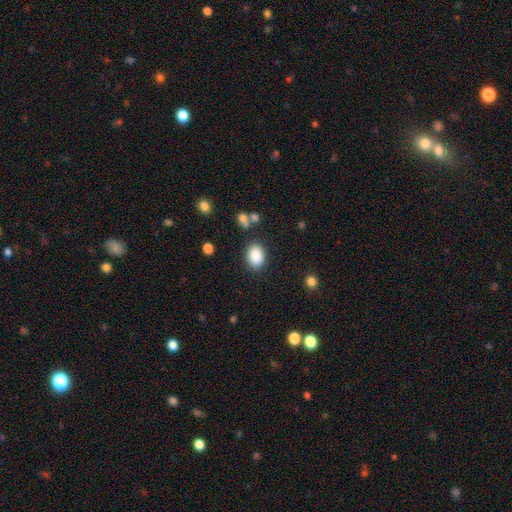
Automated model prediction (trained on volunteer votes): Morphology: type=smooth (88%); roundness=in between (80%); merging=none (84%).